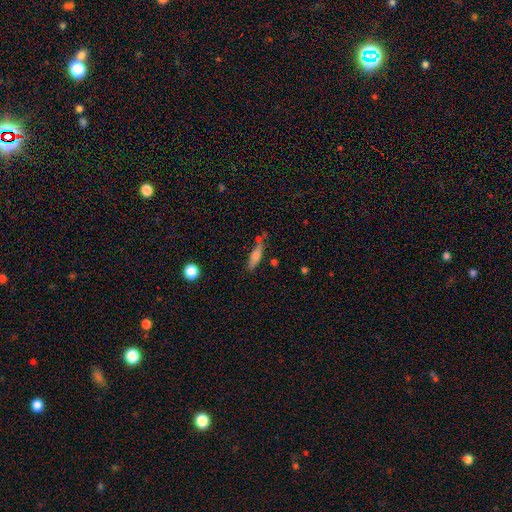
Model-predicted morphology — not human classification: The model was most divided on "smooth or featured": smooth: 65%, featured or disk: 27%, star or artifact: 8%. More confident: how rounded — cigar-shaped (68%); merging — none (63%).